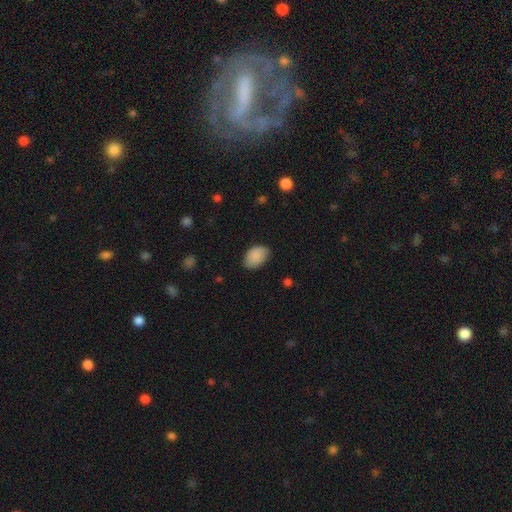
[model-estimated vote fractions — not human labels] A smooth galaxy with no disk features (89%) that is in between round and cigar-shaped (88%).

Vote fractions:
- Smooth or featured? smooth: 89% / star or artifact: 7% / featured or disk: 5%
- How rounded? in between: 88% / round: 11% / cigar-shaped: 1%
- Merging? none: 78% / minor disturbance: 18% / major disturbance: 3% / merger: 1%